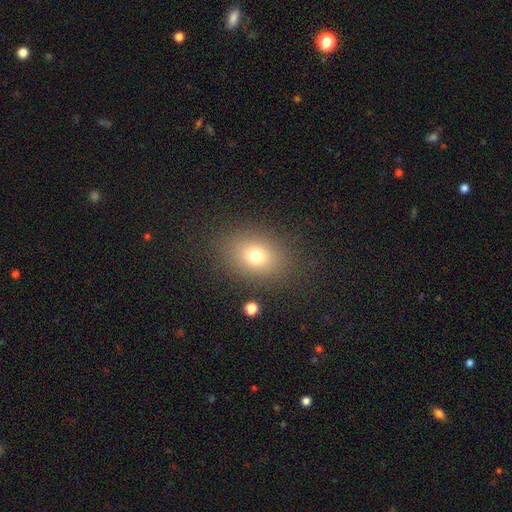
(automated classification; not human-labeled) smooth-or-featured: smooth: 74% | star or artifact: 15% | featured or disk: 11%
  how-rounded: in between: 61% | round: 38% | cigar-shaped: 1%
  merging: none: 84% | minor disturbance: 10% | major disturbance: 5% | merger: 2%